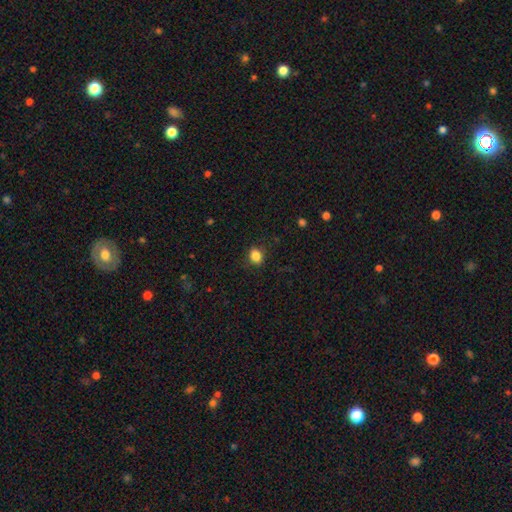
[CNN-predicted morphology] This is clearly a smooth galaxy (85%). How rounded: possibly in between (57%). Merging: clearly none (85%).